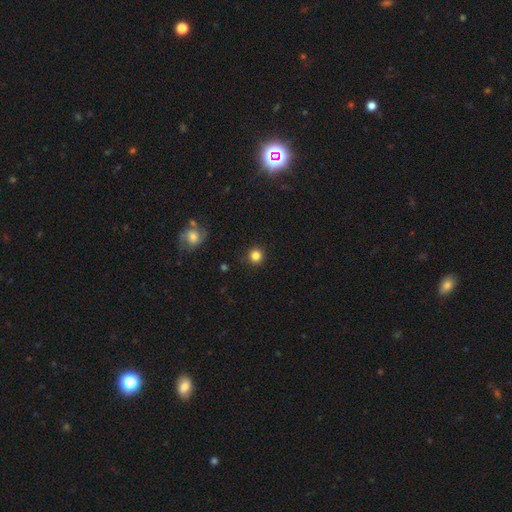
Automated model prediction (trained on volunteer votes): A smooth galaxy with no disk features (84%) that is round (94%).

Vote fractions:
- Smooth or featured? smooth: 84% / star or artifact: 12% / featured or disk: 5%
- How rounded? round: 94% / in between: 5% / cigar-shaped: 1%
- Merging? none: 91% / minor disturbance: 6% / major disturbance: 2% / merger: 1%